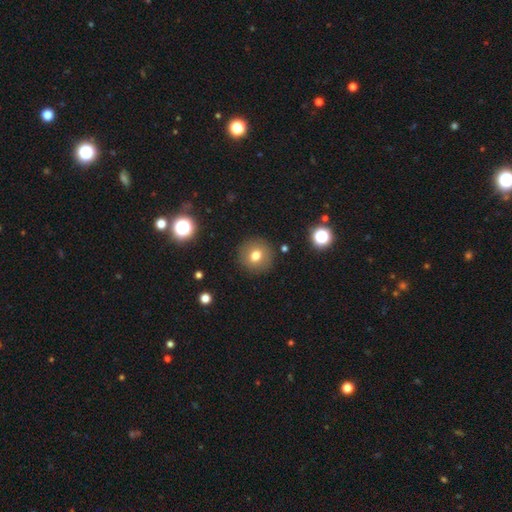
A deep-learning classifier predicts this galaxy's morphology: A smooth galaxy with no disk features (75%) that is round (92%). Merging: none (90%).